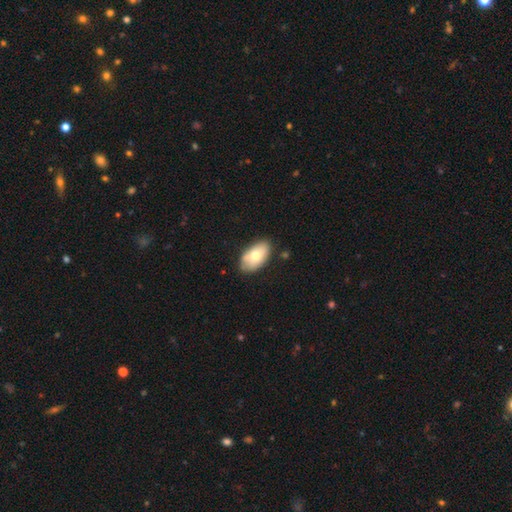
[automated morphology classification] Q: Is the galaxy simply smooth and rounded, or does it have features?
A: smooth — 72%.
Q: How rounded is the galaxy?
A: in between — 94%.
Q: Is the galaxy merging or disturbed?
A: none — 76%.